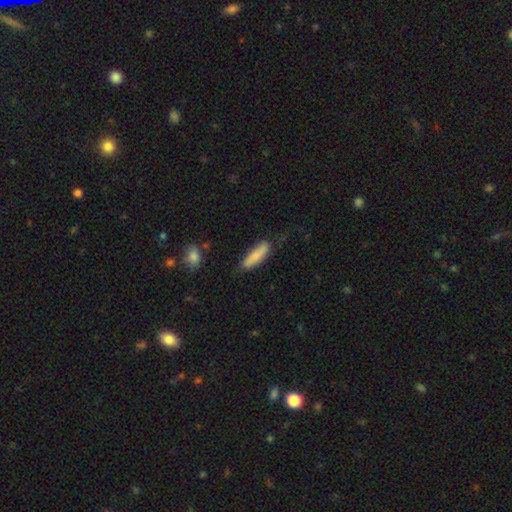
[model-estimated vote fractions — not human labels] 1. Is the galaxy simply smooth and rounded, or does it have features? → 78% smooth, 17% featured or disk, 6% star or artifact.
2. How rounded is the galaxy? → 59% cigar-shaped, 39% in between, 2% round.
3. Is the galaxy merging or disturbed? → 73% none, 20% minor disturbance, 5% major disturbance, 2% merger.